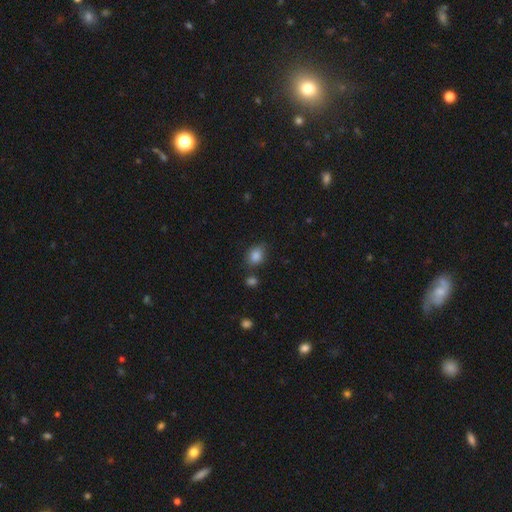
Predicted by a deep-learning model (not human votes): This is clearly a smooth galaxy (85%). How rounded: likely in between (68%). Merging: likely none (70%).